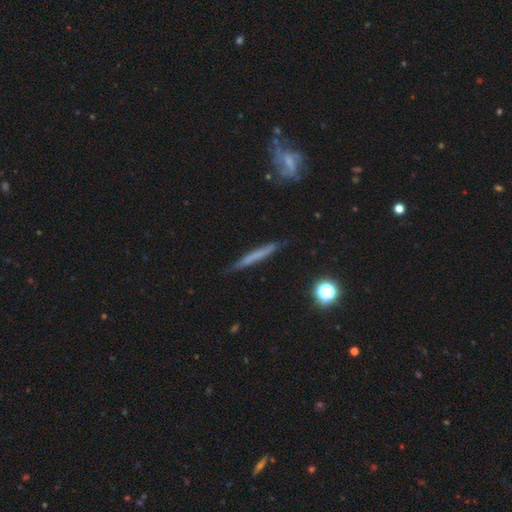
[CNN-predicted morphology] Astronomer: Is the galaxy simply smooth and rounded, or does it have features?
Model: smooth — 50% (runner-up: featured or disk, 42%).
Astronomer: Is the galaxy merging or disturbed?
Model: none — 84%.